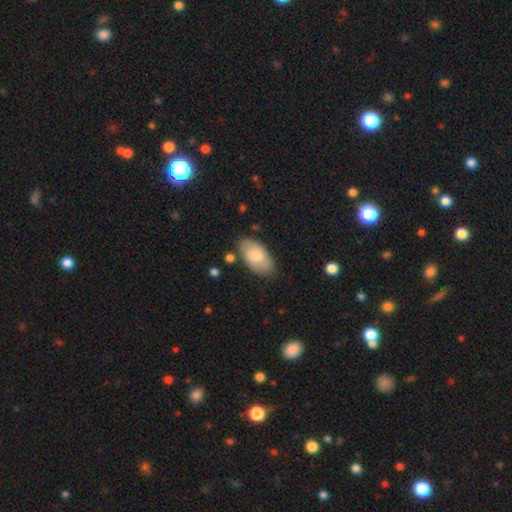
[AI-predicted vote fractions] Q: Smooth or featured?
A: smooth (74%); runner-up: featured or disk (21%)
Q: How rounded?
A: in between (94%); runner-up: round (3%)
Q: Merging?
A: none (75%); runner-up: minor disturbance (18%)